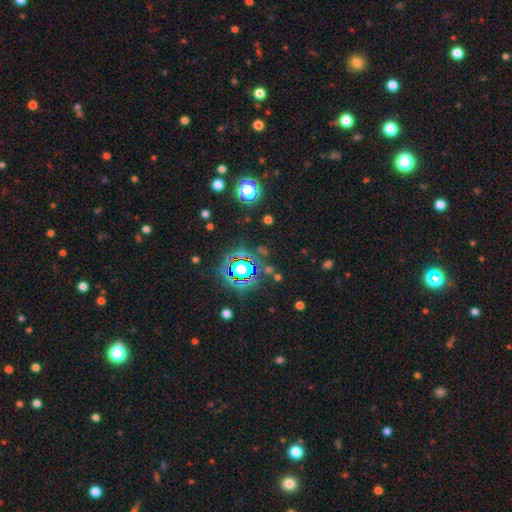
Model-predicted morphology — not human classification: Q: Smooth or featured?
A: star or artifact (81%); runner-up: smooth (11%)